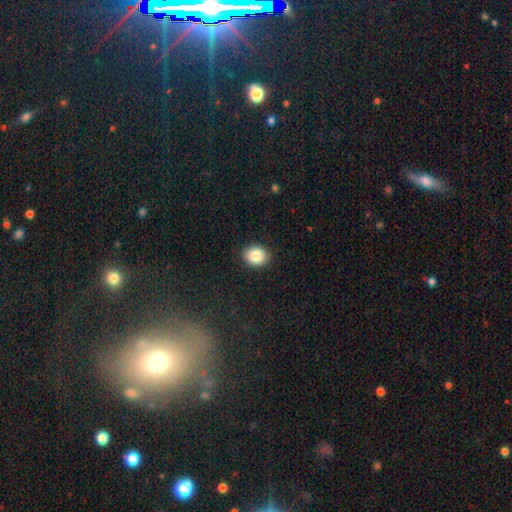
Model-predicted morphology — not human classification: smooth_or_featured: smooth (p=0.87) [alt: star or artifact p=0.09]
how_rounded: round (p=0.64) [alt: in between p=0.35]
merging: none (p=0.90) [alt: minor disturbance p=0.07]